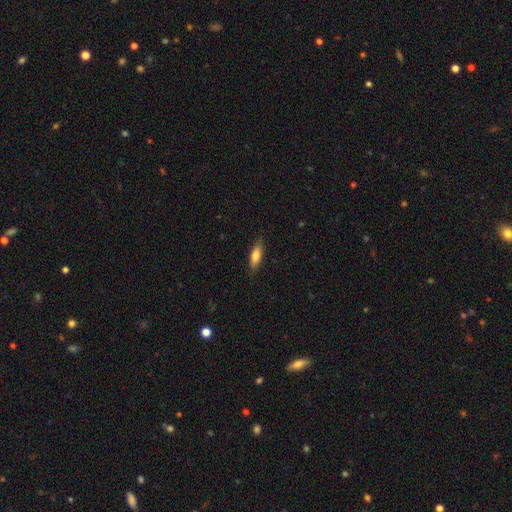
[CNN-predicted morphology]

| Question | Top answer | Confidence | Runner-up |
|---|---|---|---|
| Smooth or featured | smooth | 74% | featured or disk (19%) |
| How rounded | in between | 54% | cigar-shaped (44%) |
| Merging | none | 84% | minor disturbance (12%) |